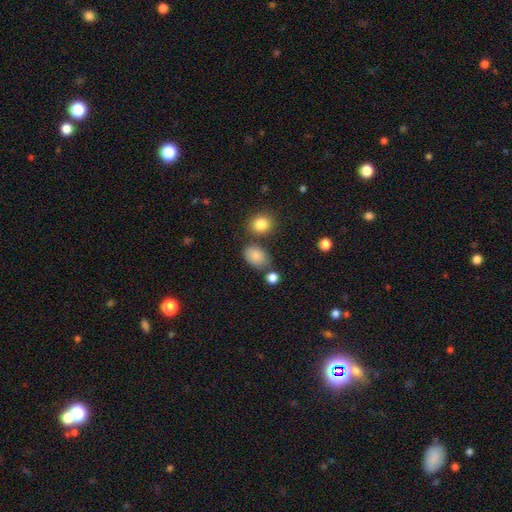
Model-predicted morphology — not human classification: Q: Smooth or featured?
A: smooth (83%); runner-up: star or artifact (10%)
Q: How rounded?
A: in between (76%); runner-up: round (23%)
Q: Merging?
A: none (68%); runner-up: minor disturbance (16%)